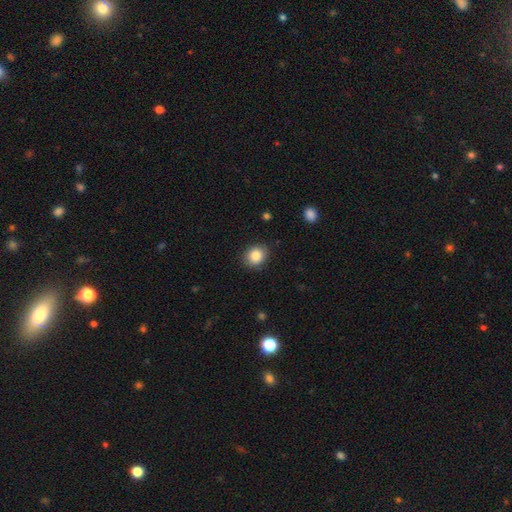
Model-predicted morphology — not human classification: smooth_or_featured: smooth (p=0.86) [alt: star or artifact p=0.09]
how_rounded: round (p=0.61) [alt: in between p=0.38]
merging: none (p=0.87) [alt: minor disturbance p=0.10]